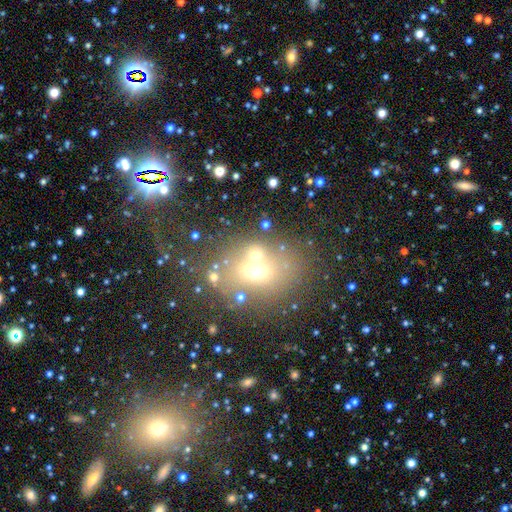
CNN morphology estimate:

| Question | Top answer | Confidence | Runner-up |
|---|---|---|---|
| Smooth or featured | smooth | 55% | star or artifact (25%) |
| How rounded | in between | 52% | round (46%) |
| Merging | none | 55% | merger (24%) |